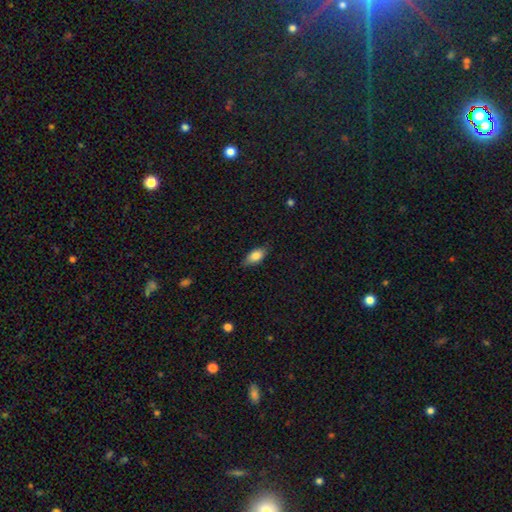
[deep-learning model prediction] smooth_or_featured: smooth (p=0.82) [alt: featured or disk p=0.11]
how_rounded: in between (p=0.87) [alt: cigar-shaped p=0.09]
merging: none (p=0.82) [alt: minor disturbance p=0.14]